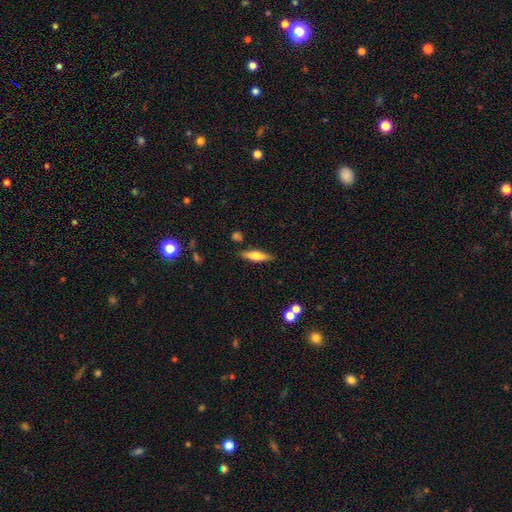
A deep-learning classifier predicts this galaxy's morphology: Overall: smooth (52%; featured or disk 41%). How rounded: cigar-shaped (70%). Merging: none (84%).